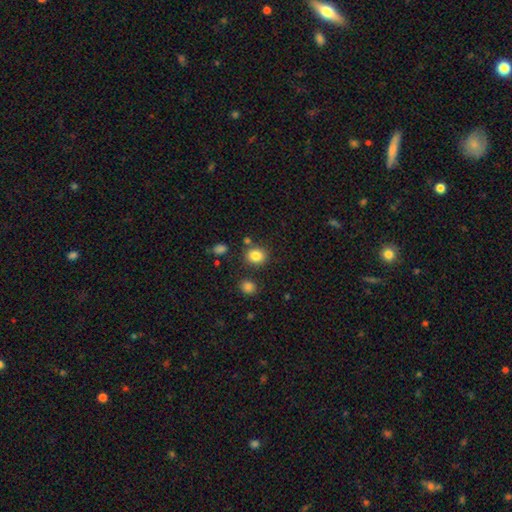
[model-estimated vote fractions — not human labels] Smooth or featured? Predicted: smooth (p=0.84). How rounded? Predicted: round (p=0.73). Merging? Predicted: none (p=0.81).